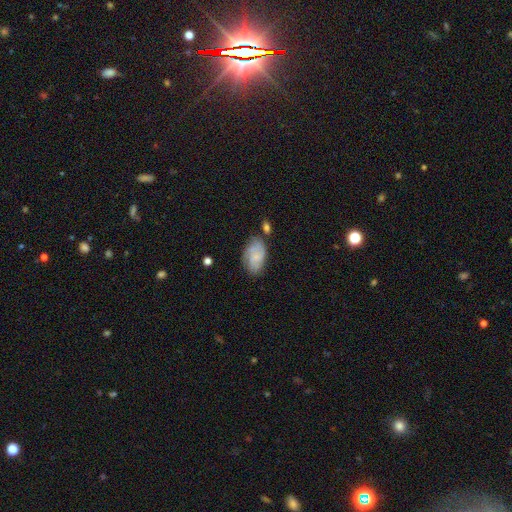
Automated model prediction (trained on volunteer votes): Smooth or featured?
  - smooth: 52% *
  - featured or disk: 40%
  - star or artifact: 8%
How rounded?
  - in between: 92% *
  - round: 6%
  - cigar-shaped: 2%
Merging?
  - none: 56% *
  - minor disturbance: 26%
  - major disturbance: 10%
  - merger: 8%